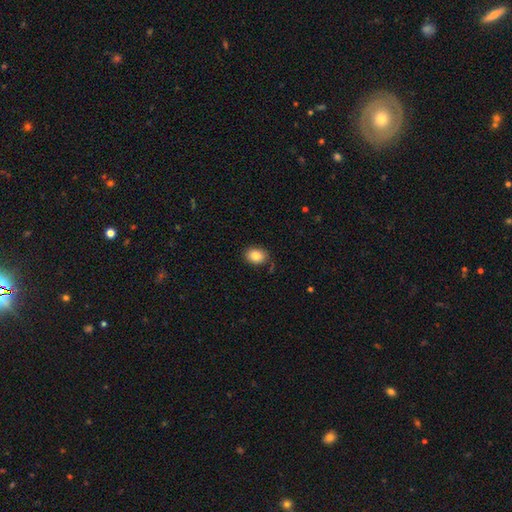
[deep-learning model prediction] Smooth or featured?
  - smooth: 84% *
  - star or artifact: 9%
  - featured or disk: 7%
How rounded?
  - in between: 63% *
  - round: 36%
  - cigar-shaped: 1%
Merging?
  - none: 84% *
  - minor disturbance: 12%
  - major disturbance: 3%
  - merger: 2%